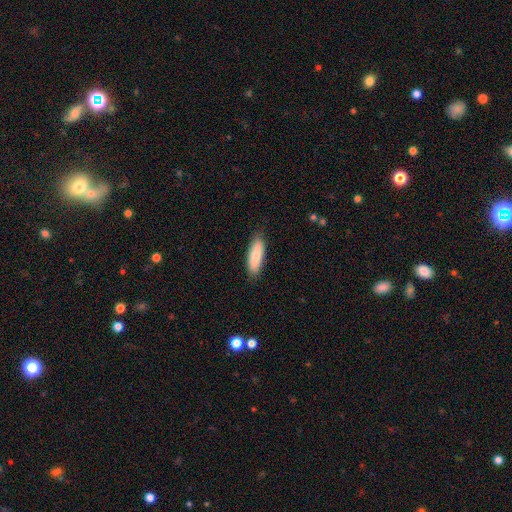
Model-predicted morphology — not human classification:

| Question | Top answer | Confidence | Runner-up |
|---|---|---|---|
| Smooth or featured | smooth | 81% | featured or disk (13%) |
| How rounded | in between | 60% | cigar-shaped (38%) |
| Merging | none | 85% | minor disturbance (12%) |